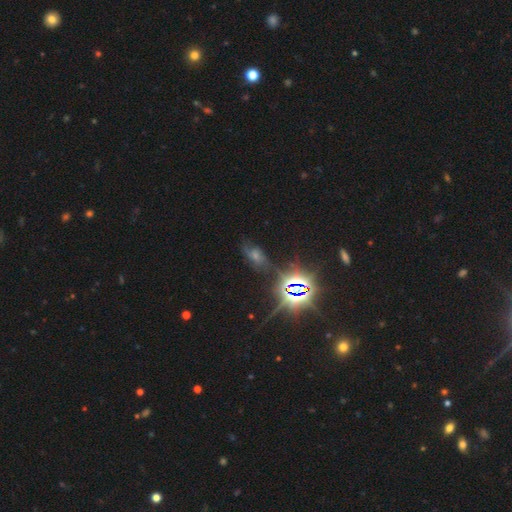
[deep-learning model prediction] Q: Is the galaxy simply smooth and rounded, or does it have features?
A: star or artifact — 52%.